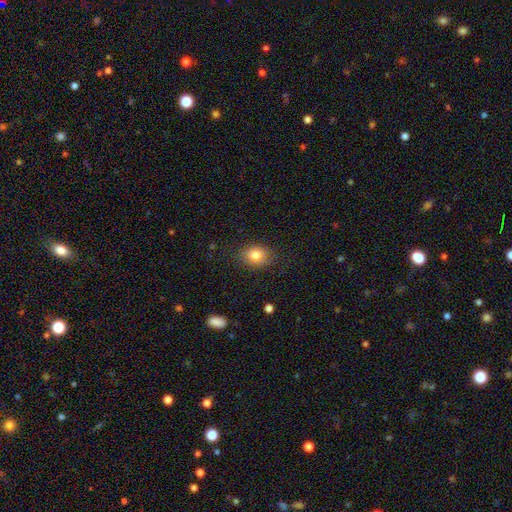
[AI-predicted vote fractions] A smooth galaxy with no disk features (81%) that is in between round and cigar-shaped (57%). Merging: none (82%).